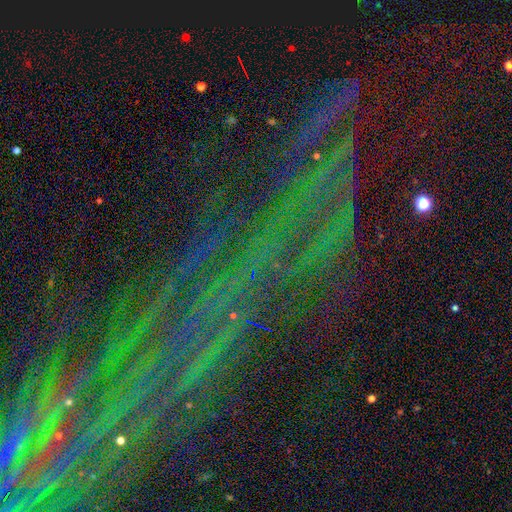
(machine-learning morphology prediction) type=star or artifact (82%).